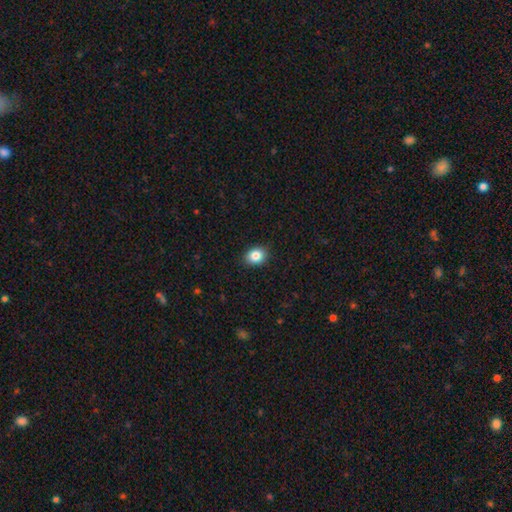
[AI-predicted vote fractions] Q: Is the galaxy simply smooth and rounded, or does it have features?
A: smooth — 85%.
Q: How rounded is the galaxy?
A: in between — 56%.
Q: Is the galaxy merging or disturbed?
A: none — 90%.